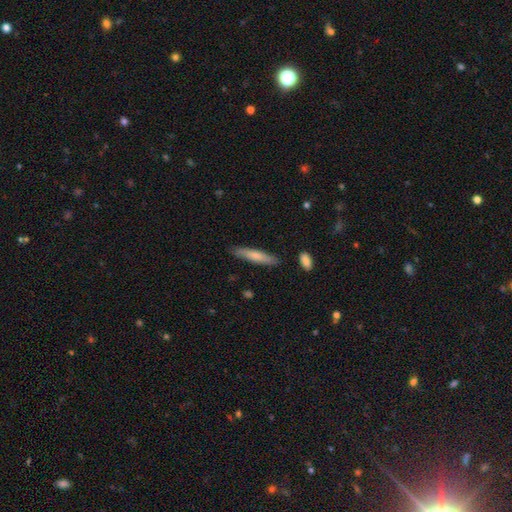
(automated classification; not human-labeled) Overall: smooth (71%). How rounded: cigar-shaped (89%). Merging: none (85%).